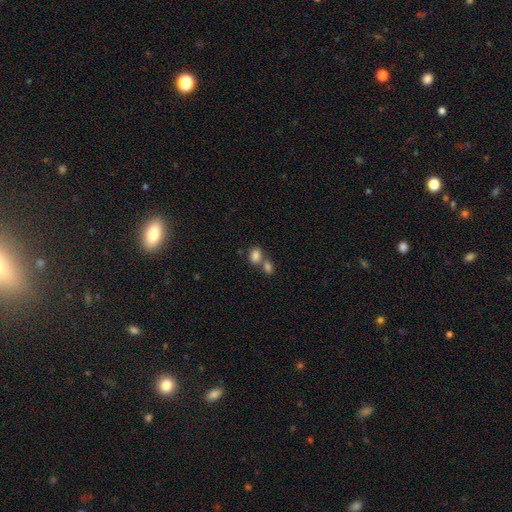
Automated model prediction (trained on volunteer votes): This is clearly a smooth galaxy (83%). How rounded: likely in between (75%). Merging: possibly merger (51%).